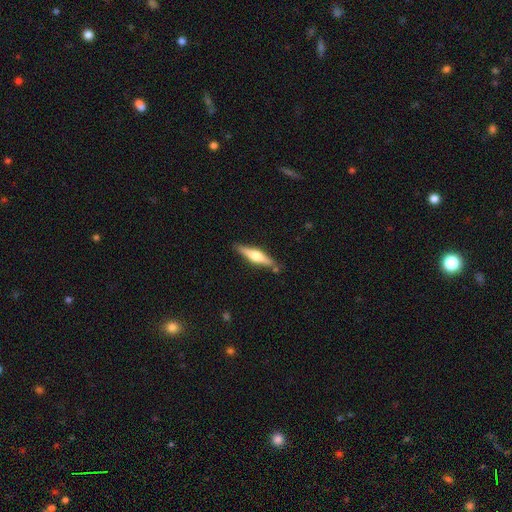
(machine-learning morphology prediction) A featured or disk galaxy (61%) viewed edge-on (97%) with a rounded central bulge (88%).

Vote fractions:
- Smooth or featured? featured or disk: 61% / smooth: 33% / star or artifact: 5%
- Edge-on disk? yes: 97% / no: 3%
- Edge-on bulge? rounded: 88% / boxy: 9% / none: 3%
- Merging? none: 84% / minor disturbance: 11% / merger: 3% / major disturbance: 2%